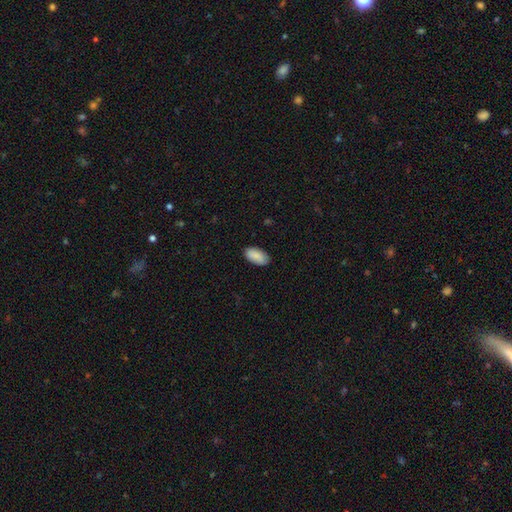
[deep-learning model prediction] This is clearly a smooth galaxy (88%). How rounded: clearly in between (95%). Merging: clearly none (86%).